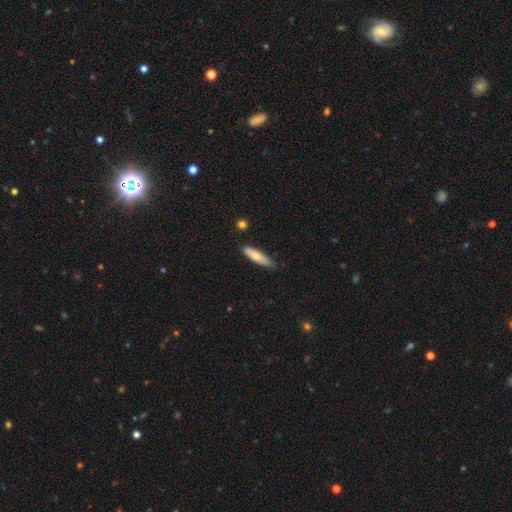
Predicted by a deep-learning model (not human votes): Morphology: type=smooth (75%); roundness=cigar-shaped (75%); merging=none (81%).